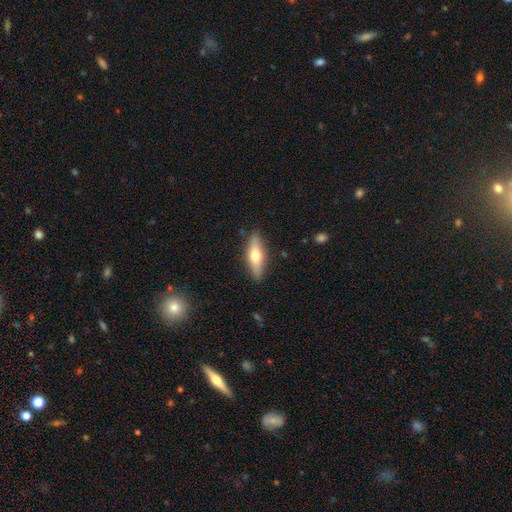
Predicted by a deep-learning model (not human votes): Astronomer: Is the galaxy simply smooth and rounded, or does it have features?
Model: smooth — 54% (runner-up: featured or disk, 40%).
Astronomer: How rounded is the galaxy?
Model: cigar-shaped — 55% (runner-up: in between, 42%).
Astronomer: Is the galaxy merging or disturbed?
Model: none — 87%.